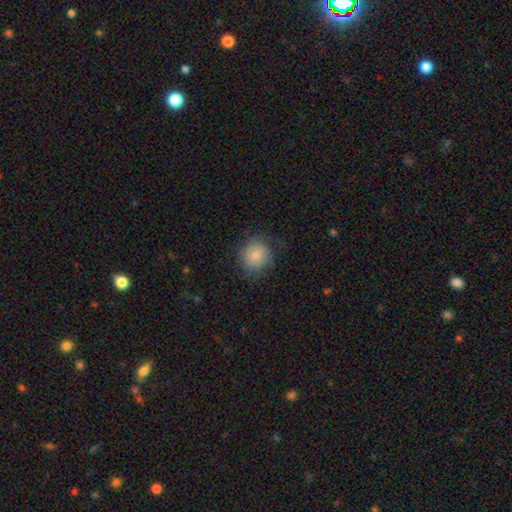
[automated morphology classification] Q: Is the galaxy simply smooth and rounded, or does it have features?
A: smooth — 80%.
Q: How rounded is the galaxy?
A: round — 87%.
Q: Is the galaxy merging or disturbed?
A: none — 71%.